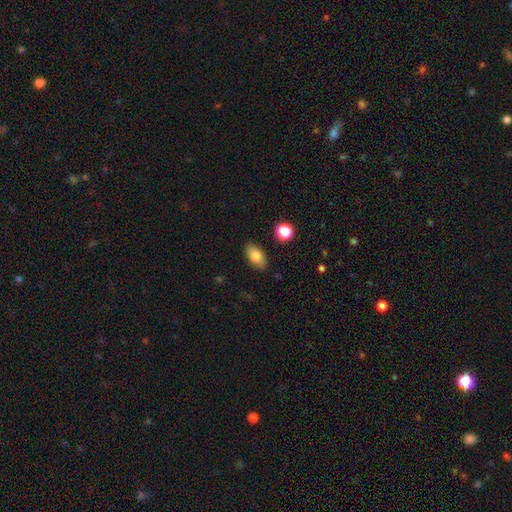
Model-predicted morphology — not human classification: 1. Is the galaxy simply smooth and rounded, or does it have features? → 80% smooth, 12% featured or disk, 8% star or artifact.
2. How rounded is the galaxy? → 89% in between, 7% round, 4% cigar-shaped.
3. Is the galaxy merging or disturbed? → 86% none, 10% minor disturbance, 2% major disturbance, 2% merger.